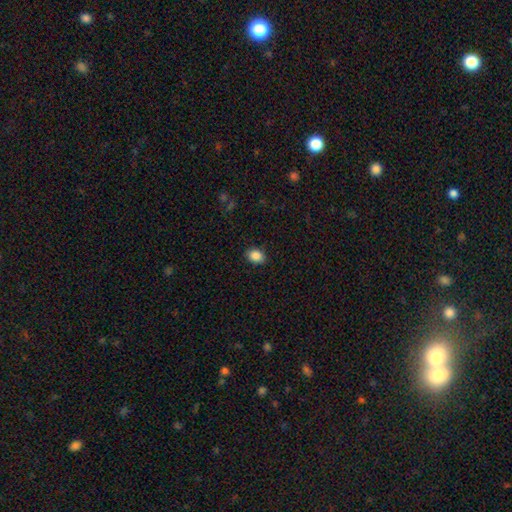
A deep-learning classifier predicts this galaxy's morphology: Smooth or featured: smooth — 87% (star or artifact — 8%)
How rounded: in between — 64% (round — 35%)
Merging: none — 87% (minor disturbance — 9%)